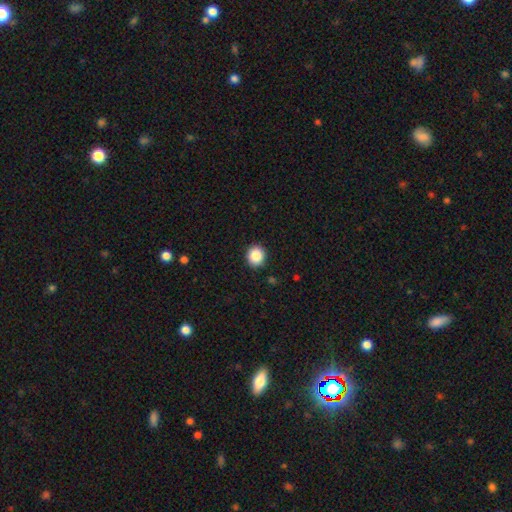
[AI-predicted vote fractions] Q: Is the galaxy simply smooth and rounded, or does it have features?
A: smooth — 87%.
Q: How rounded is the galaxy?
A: round — 81%.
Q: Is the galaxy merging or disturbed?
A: none — 91%.